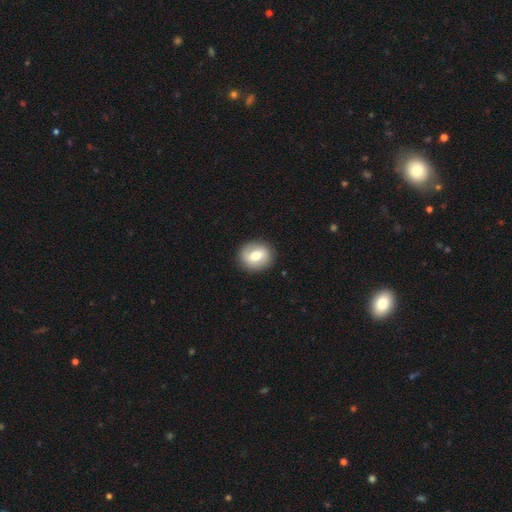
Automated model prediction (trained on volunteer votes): Overall: smooth (61%; featured or disk 32%). How rounded: round (67%; in between 32%). Merging: none (88%).